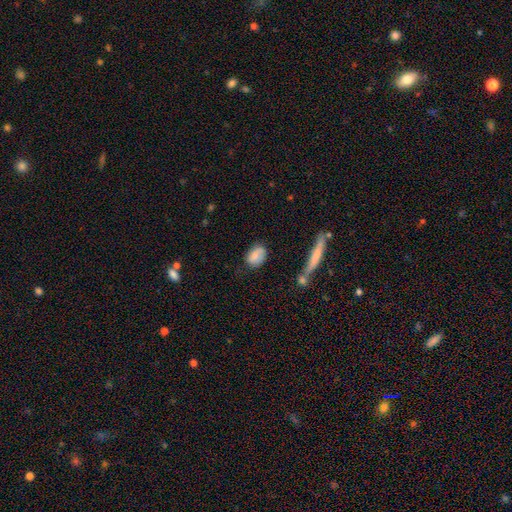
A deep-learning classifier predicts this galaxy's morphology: The model was most divided on "merging": none: 68%, minor disturbance: 21%, major disturbance: 6%, merger: 5%. More confident: how rounded — in between (74%); smooth or featured — smooth (74%).